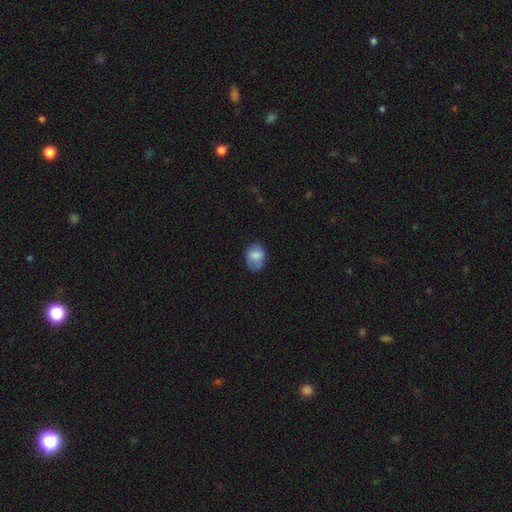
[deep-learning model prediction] Morphology: type=smooth (78%); roundness=in between (67%); merging=none (65%).